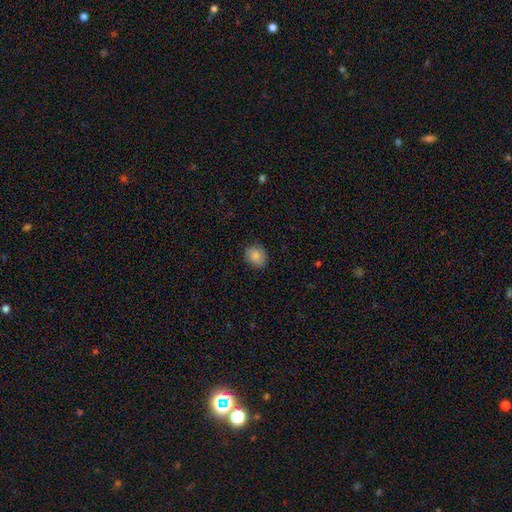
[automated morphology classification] smooth-or-featured: smooth: 86% | star or artifact: 8% | featured or disk: 6%
  how-rounded: round: 57% | in between: 42% | cigar-shaped: 1%
  merging: none: 86% | minor disturbance: 11% | major disturbance: 2% | merger: 1%